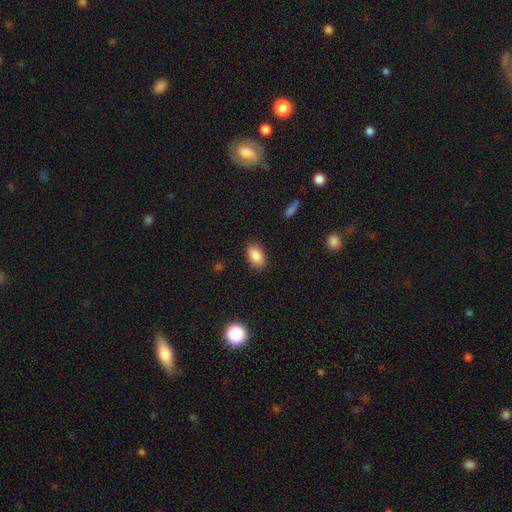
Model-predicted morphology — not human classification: Smooth or featured? smooth (87%)
How rounded? in between (92%)
Merging? none (87%)